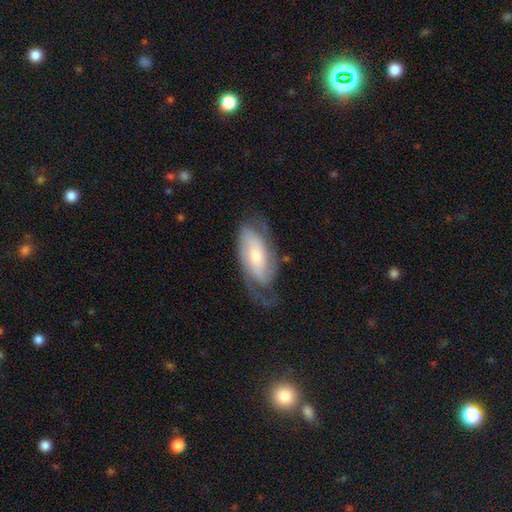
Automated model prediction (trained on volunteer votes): Smooth or featured? Predicted: featured or disk (p=0.75). Edge-on disk? Predicted: no (p=0.93). Bar? Predicted: no (p=0.56). Spiral arms? Predicted: yes (p=0.92). Spiral winding? Predicted: tight (p=0.43). Spiral arm count? Predicted: 2 (p=0.57). Bulge size? Predicted: small (p=0.45). Merging? Predicted: none (p=0.59).